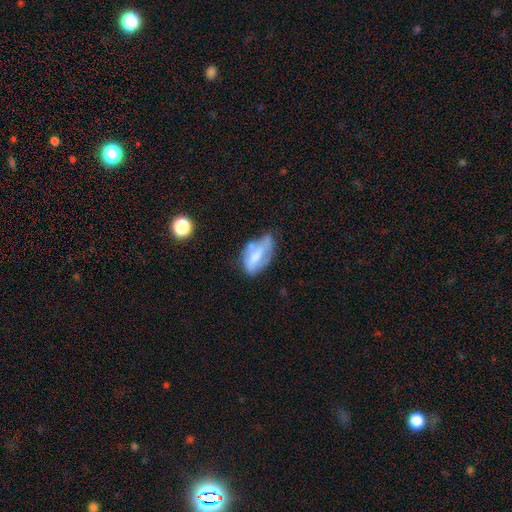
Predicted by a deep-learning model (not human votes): Smooth or featured? smooth (56%)
How rounded? in between (89%)
Merging? minor disturbance (39%)